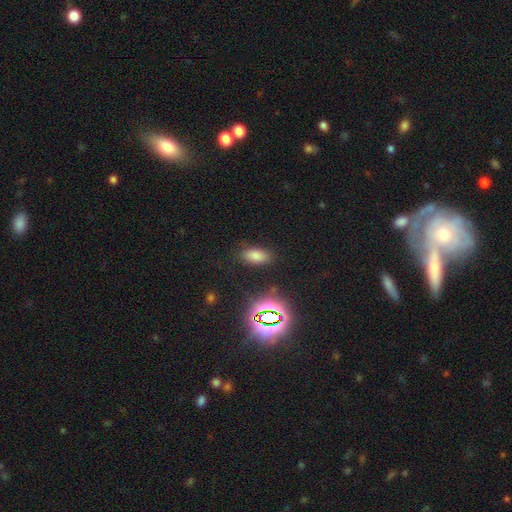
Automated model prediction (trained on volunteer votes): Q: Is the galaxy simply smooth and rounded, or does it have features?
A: smooth — 71%.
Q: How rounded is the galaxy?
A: in between — 90%.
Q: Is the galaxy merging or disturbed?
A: none — 84%.